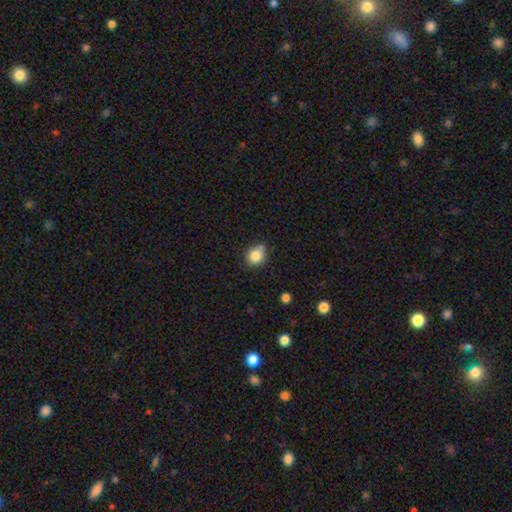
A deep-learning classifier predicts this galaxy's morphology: Overall: smooth (83%). How rounded: round (72%). Merging: none (62%; minor disturbance 25%).